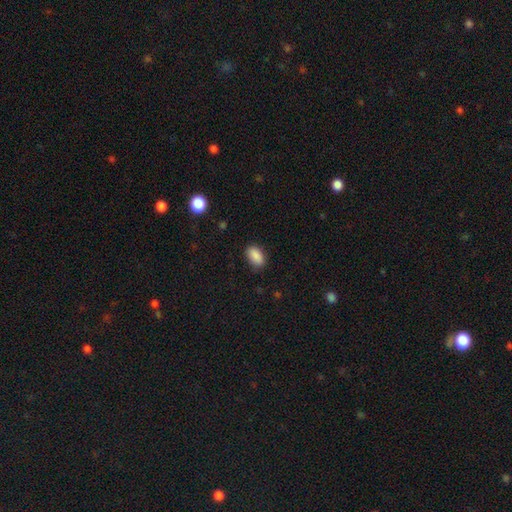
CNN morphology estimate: This appears to be a smooth galaxy with no disk features (88%) that is in between round and cigar-shaped (92%). Merging: none (84%).